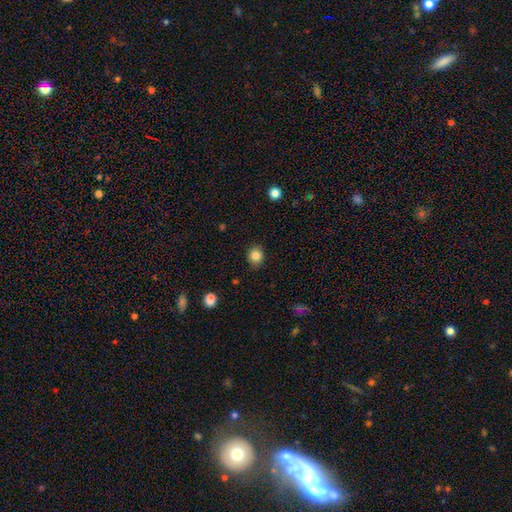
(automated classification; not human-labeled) smooth-or-featured: smooth: 84% | star or artifact: 10% | featured or disk: 5%
  how-rounded: round: 77% | in between: 22% | cigar-shaped: 1%
  merging: none: 87% | minor disturbance: 9% | major disturbance: 2% | merger: 1%